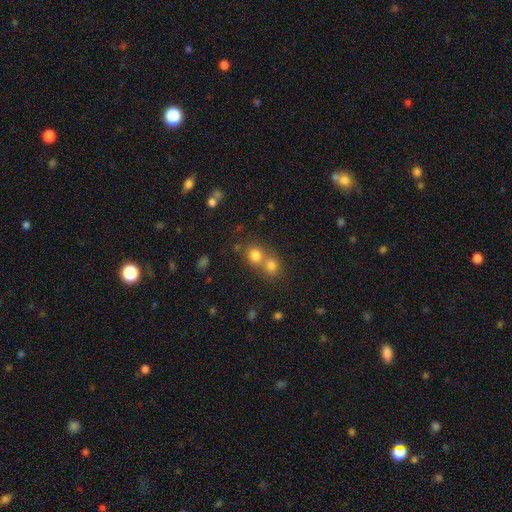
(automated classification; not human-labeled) smooth_or_featured: smooth (p=0.76) [alt: star or artifact p=0.14]
how_rounded: round (p=0.78) [alt: in between p=0.21]
merging: merger (p=0.52) [alt: none p=0.40]